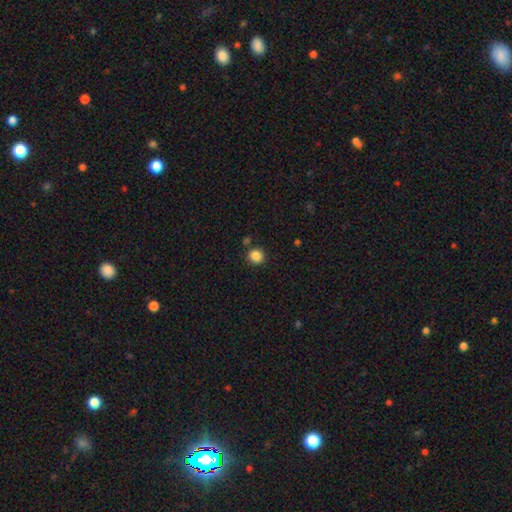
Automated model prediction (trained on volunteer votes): Morphology: type=smooth (86%); roundness=round (91%); merging=none (85%).